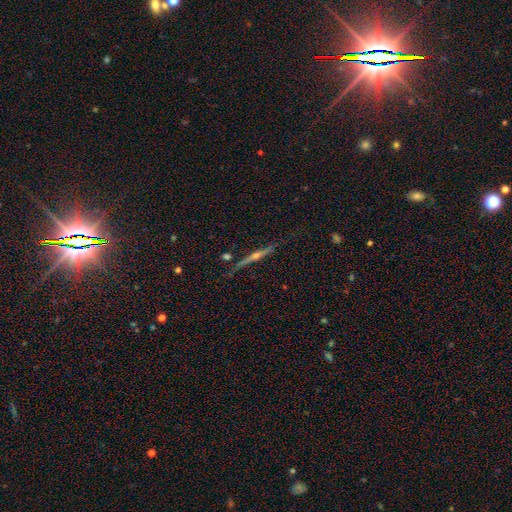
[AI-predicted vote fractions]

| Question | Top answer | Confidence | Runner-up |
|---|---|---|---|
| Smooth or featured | featured or disk | 80% | smooth (12%) |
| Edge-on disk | yes | 98% | no (2%) |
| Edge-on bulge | rounded | 88% | none (8%) |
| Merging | none | 84% | minor disturbance (11%) |